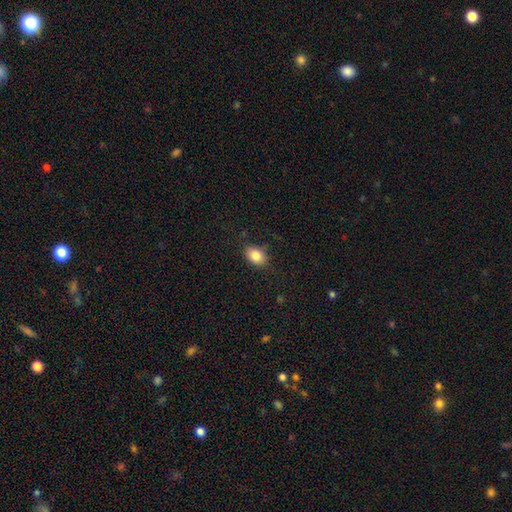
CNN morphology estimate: Smooth or featured? smooth (84%)
How rounded? in between (77%)
Merging? none (84%)